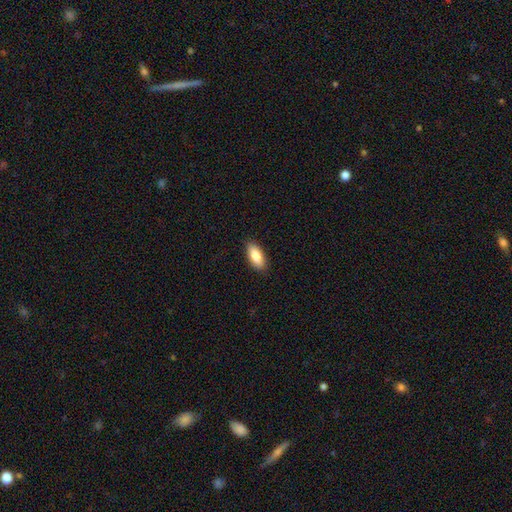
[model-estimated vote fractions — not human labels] This appears to be a smooth galaxy with no disk features (86%) that is in between round and cigar-shaped (85%). Merging: none (89%).